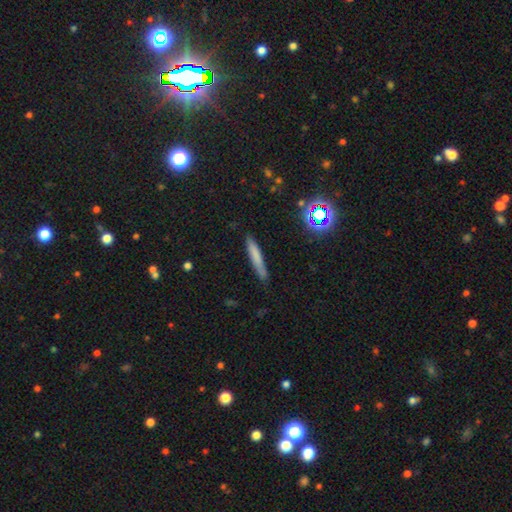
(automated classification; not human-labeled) Smooth or featured? smooth (71%)
How rounded? cigar-shaped (93%)
Merging? none (83%)